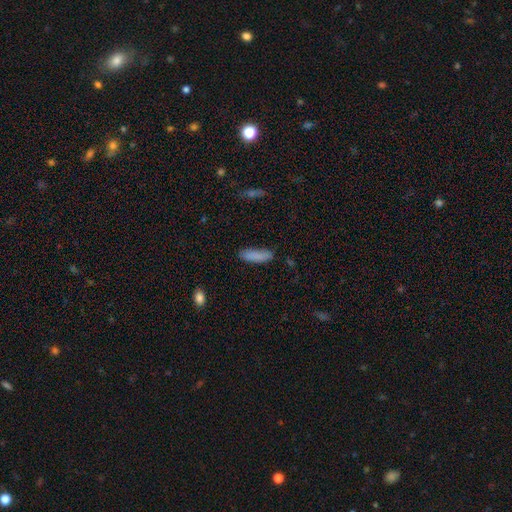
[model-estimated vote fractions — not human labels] Overall: smooth (86%). How rounded: in between (51%; cigar-shaped 47%). Merging: none (81%).